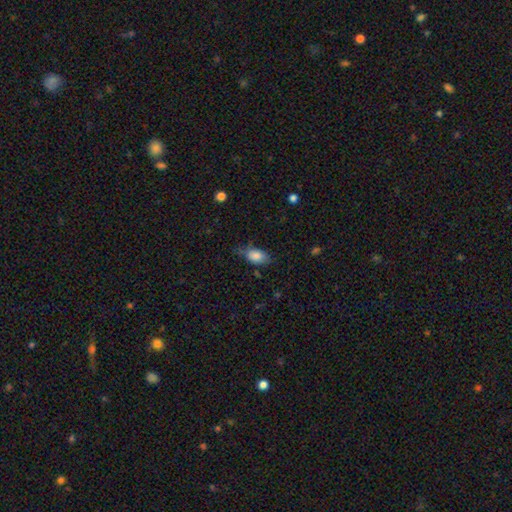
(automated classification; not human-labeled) The model was most divided on "merging": none: 61%, minor disturbance: 29%, major disturbance: 8%, merger: 2%. More confident: how rounded — in between (89%); smooth or featured — smooth (84%).